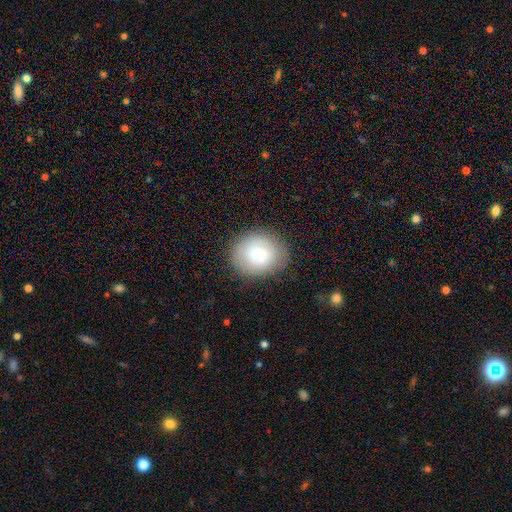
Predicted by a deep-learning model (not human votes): This appears to be a smooth galaxy with no disk features (69%) that is round (68%). Merging: none (82%).